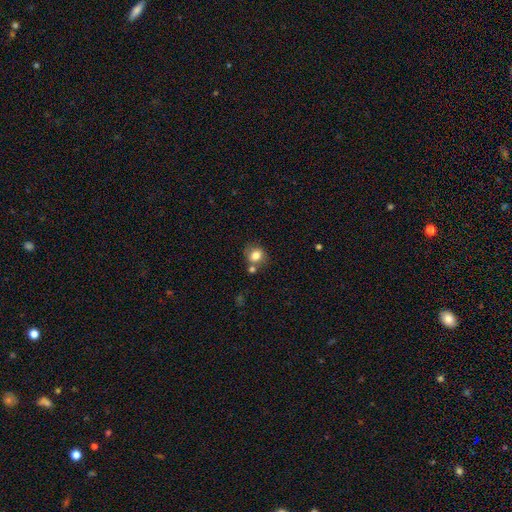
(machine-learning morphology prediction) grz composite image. It shows a smooth galaxy with no disk features (80%) that is round (70%). Merging: none (61%).